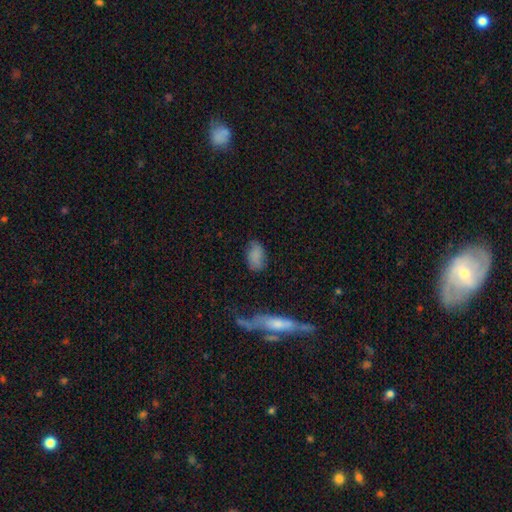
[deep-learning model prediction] A smooth galaxy with no disk features (80%) that is in between round and cigar-shaped (91%).

Vote fractions:
- Smooth or featured? smooth: 80% / featured or disk: 10% / star or artifact: 10%
- How rounded? in between: 91% / round: 7% / cigar-shaped: 2%
- Merging? none: 67% / minor disturbance: 23% / major disturbance: 7% / merger: 3%